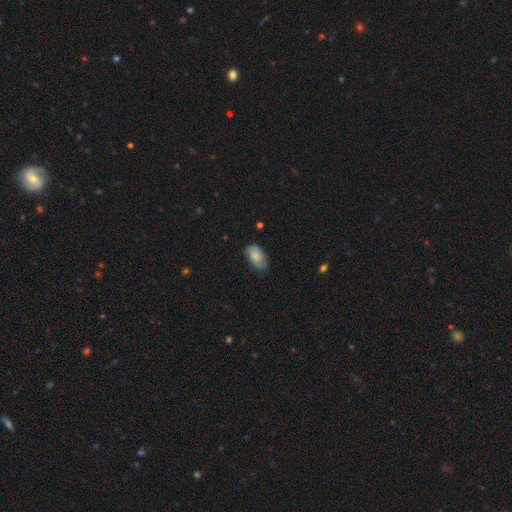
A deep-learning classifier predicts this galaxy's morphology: Smooth or featured?
  - smooth: 63% *
  - featured or disk: 29%
  - star or artifact: 8%
How rounded?
  - in between: 92% *
  - round: 6%
  - cigar-shaped: 2%
Merging?
  - none: 71% *
  - minor disturbance: 23%
  - major disturbance: 5%
  - merger: 1%